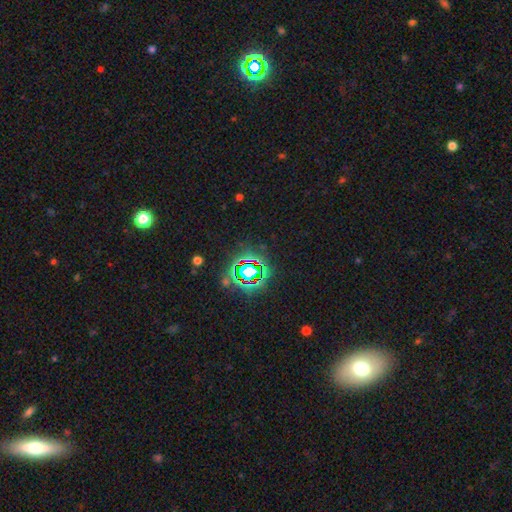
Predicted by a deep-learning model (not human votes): A star or artifact, not a galaxy (67%).

Vote fractions:
- Smooth or featured? star or artifact: 67% / smooth: 18% / featured or disk: 15%